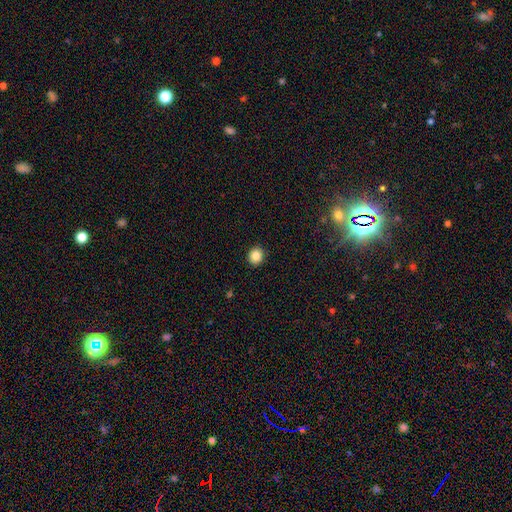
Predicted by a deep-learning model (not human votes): smooth 85%, star or artifact 10%, featured or disk 5%. Down the decision tree: how rounded — round (83%); merging — none (92%).